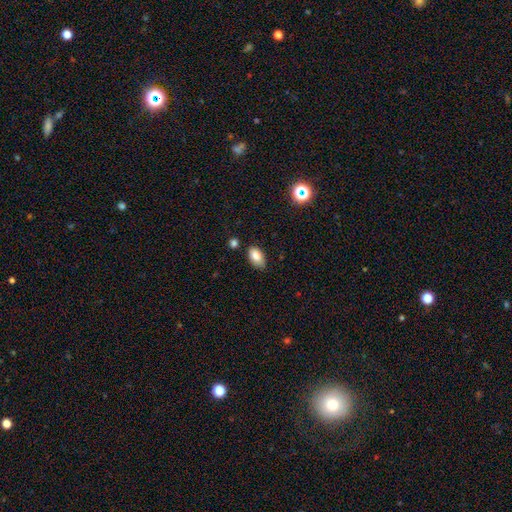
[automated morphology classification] A smooth galaxy with no disk features (83%) that is in between round and cigar-shaped (93%).

Vote fractions:
- Smooth or featured? smooth: 83% / star or artifact: 9% / featured or disk: 8%
- How rounded? in between: 93% / round: 6% / cigar-shaped: 2%
- Merging? none: 75% / minor disturbance: 19% / merger: 3% / major disturbance: 3%